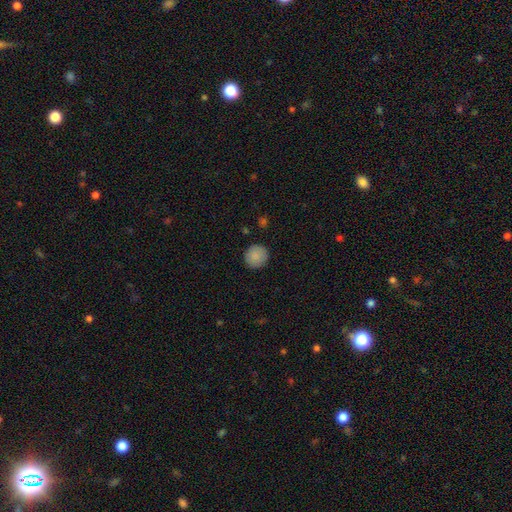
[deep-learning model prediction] A smooth galaxy with no disk features (88%) that is round (94%).

Vote fractions:
- Smooth or featured? smooth: 88% / star or artifact: 8% / featured or disk: 5%
- How rounded? round: 94% / in between: 5% / cigar-shaped: 1%
- Merging? none: 91% / minor disturbance: 6% / major disturbance: 2% / merger: 1%